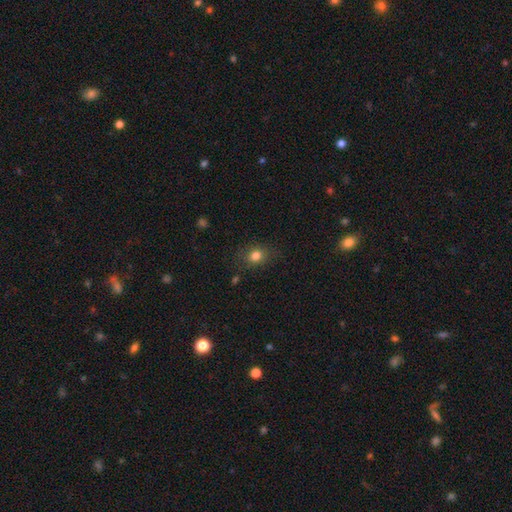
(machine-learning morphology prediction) Smooth or featured?
  - smooth: 80% *
  - star or artifact: 12%
  - featured or disk: 8%
How rounded?
  - round: 51% *
  - in between: 48%
  - cigar-shaped: 1%
Merging?
  - none: 79% *
  - minor disturbance: 14%
  - major disturbance: 5%
  - merger: 2%